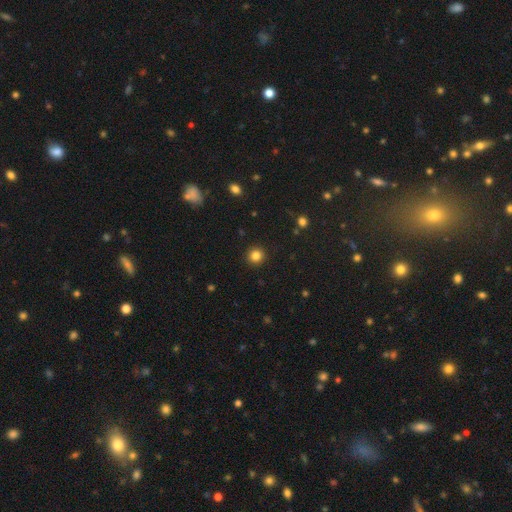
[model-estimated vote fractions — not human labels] Smooth or featured? Predicted: smooth (p=0.83). How rounded? Predicted: round (p=0.94). Merging? Predicted: none (p=0.92).